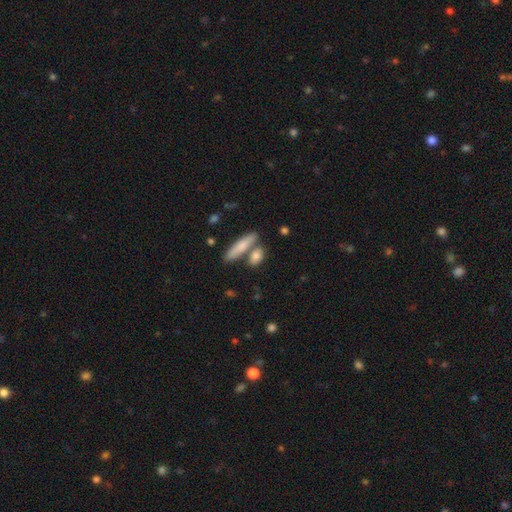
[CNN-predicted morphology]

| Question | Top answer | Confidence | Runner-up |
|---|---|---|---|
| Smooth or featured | smooth | 79% | featured or disk (14%) |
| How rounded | in between | 55% | cigar-shaped (34%) |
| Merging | none | 59% | merger (26%) |